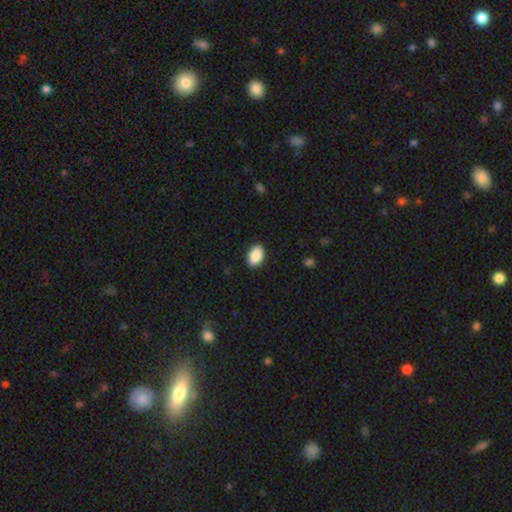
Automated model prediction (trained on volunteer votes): smooth-or-featured: smooth: 90% | star or artifact: 7% | featured or disk: 3%
  how-rounded: in between: 91% | round: 8% | cigar-shaped: 1%
  merging: none: 90% | minor disturbance: 8% | major disturbance: 2% | merger: 1%